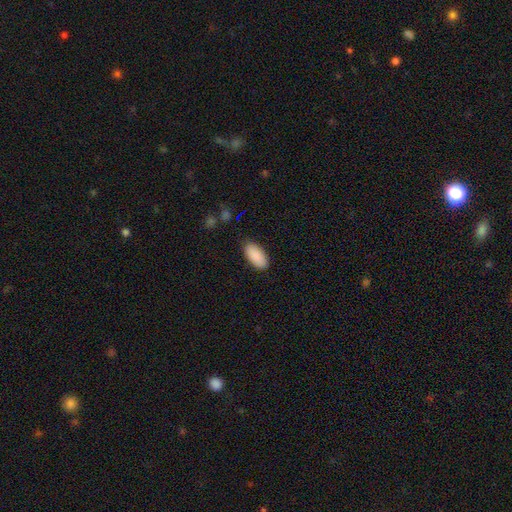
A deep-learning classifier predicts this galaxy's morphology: Smooth or featured?
  - smooth: 90% *
  - star or artifact: 6%
  - featured or disk: 4%
How rounded?
  - in between: 93% *
  - cigar-shaped: 5%
  - round: 2%
Merging?
  - none: 86% *
  - minor disturbance: 11%
  - major disturbance: 2%
  - merger: 1%